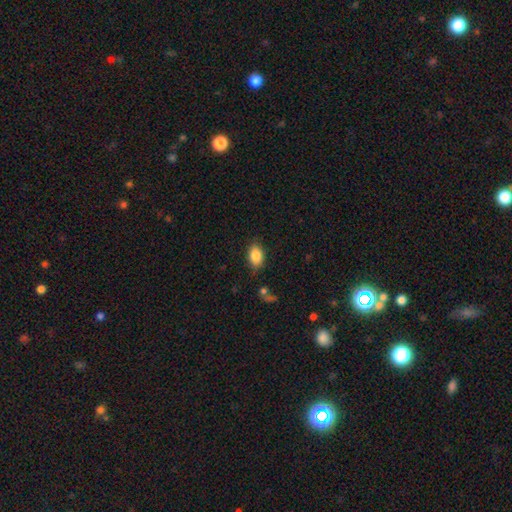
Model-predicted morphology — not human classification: Smooth or featured? Predicted: smooth (p=0.85). How rounded? Predicted: in between (p=0.84). Merging? Predicted: none (p=0.81).